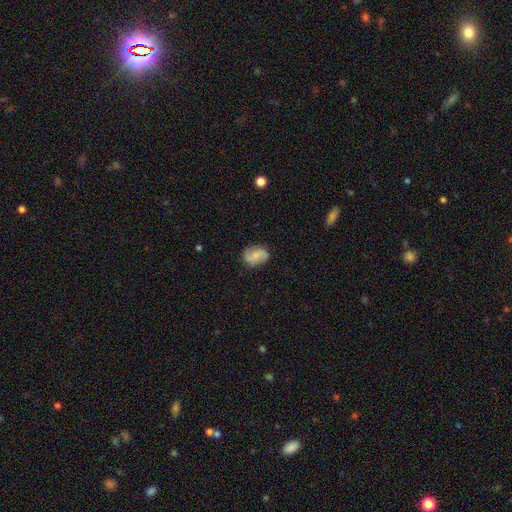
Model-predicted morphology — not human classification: This is possibly a featured or disk galaxy (55%). It is clearly not viewed edge-on (97%). Bar: possibly no (52%). Spiral arm pattern: clearly yes (90%). Central bulge: possibly small (48%). Merging: likely none (77%).